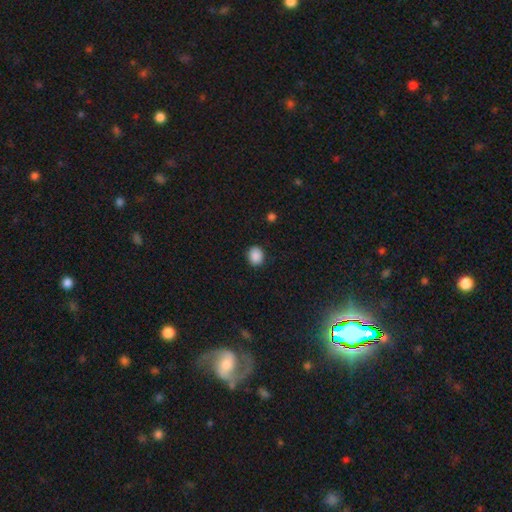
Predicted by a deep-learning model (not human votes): Smooth or featured?
  - smooth: 89% *
  - star or artifact: 9%
  - featured or disk: 2%
How rounded?
  - round: 58% *
  - in between: 41%
  - cigar-shaped: 1%
Merging?
  - none: 88% *
  - minor disturbance: 8%
  - major disturbance: 2%
  - merger: 1%